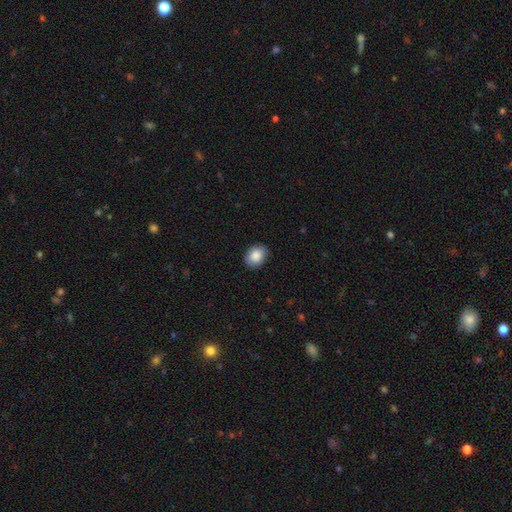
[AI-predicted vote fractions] This appears to be a smooth galaxy with no disk features (87%) that is in between round and cigar-shaped (69%). Merging: none (86%).